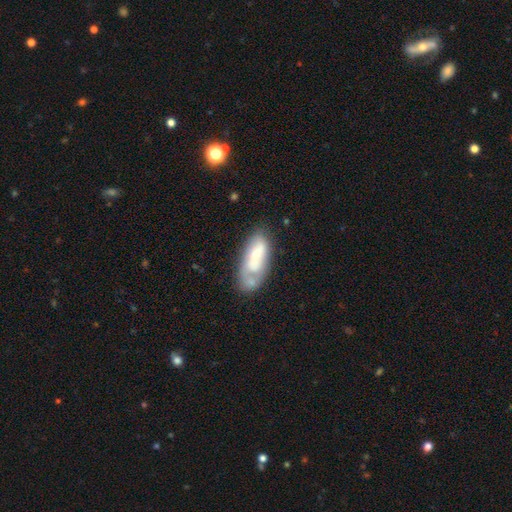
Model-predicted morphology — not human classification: smooth-or-featured: smooth: 48% | featured or disk: 45% | star or artifact: 8%
  merging: none: 43% | minor disturbance: 24% | merger: 21% | major disturbance: 12%